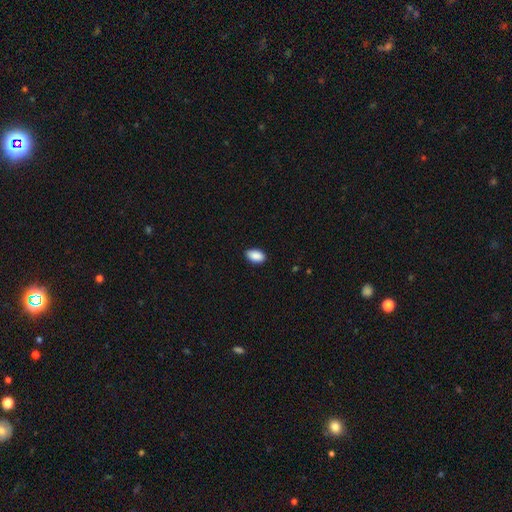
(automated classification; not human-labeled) smooth 90%, star or artifact 7%, featured or disk 3%. Down the decision tree: how rounded — in between (93%); merging — none (87%).